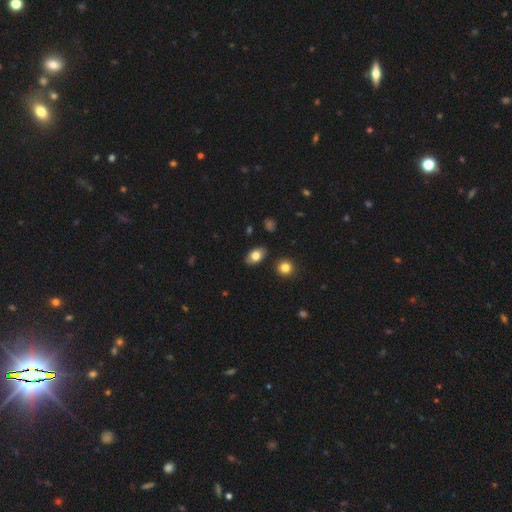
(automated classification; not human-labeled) The model was most divided on "smooth or featured": smooth: 79%, featured or disk: 13%, star or artifact: 8%. More confident: how rounded — in between (88%); merging — none (86%).